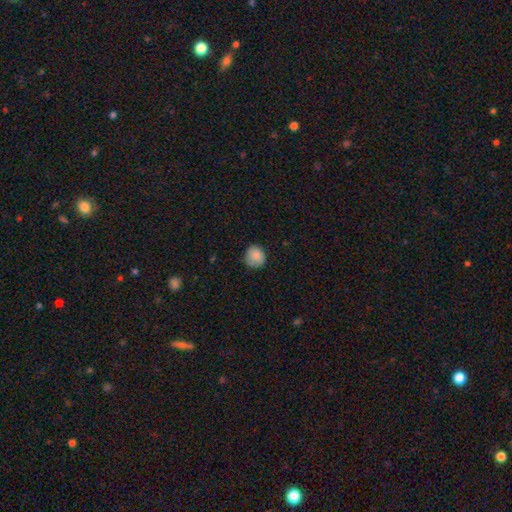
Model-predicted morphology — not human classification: A smooth galaxy with no disk features (86%) that is round (87%).

Vote fractions:
- Smooth or featured? smooth: 86% / star or artifact: 8% / featured or disk: 6%
- How rounded? round: 87% / in between: 12% / cigar-shaped: 1%
- Merging? none: 79% / minor disturbance: 17% / major disturbance: 3% / merger: 1%